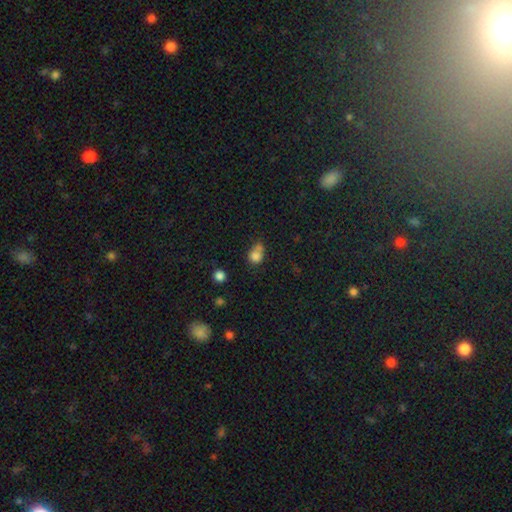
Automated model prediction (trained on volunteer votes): Smooth or featured: smooth — 79% (star or artifact — 12%)
How rounded: round — 60% (in between — 38%)
Merging: none — 38% (merger — 27%)